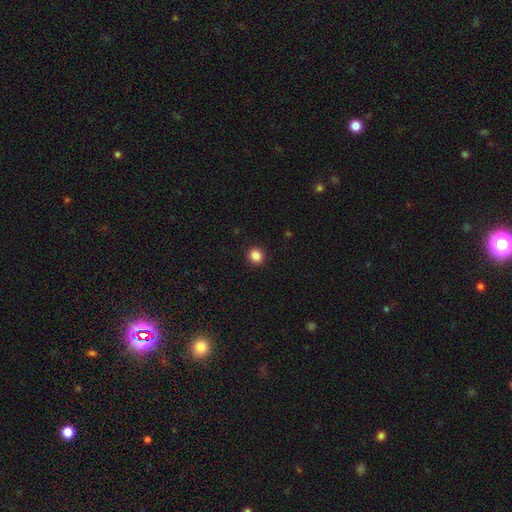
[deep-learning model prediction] Morphology: type=smooth (86%); roundness=round (92%); merging=none (93%).